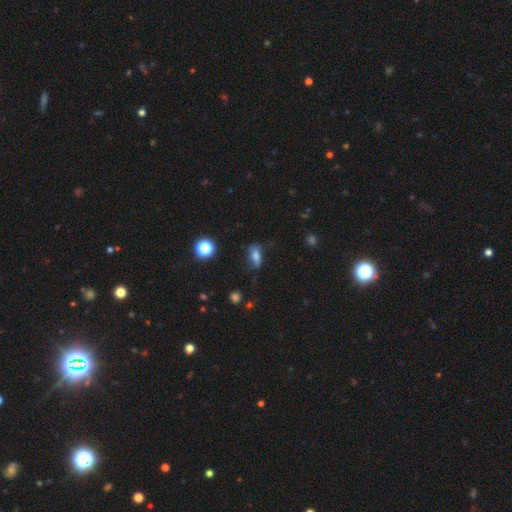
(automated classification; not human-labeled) Overall: smooth (59%; featured or disk 26%). How rounded: in between (77%). Merging: none (49%; minor disturbance 31%).